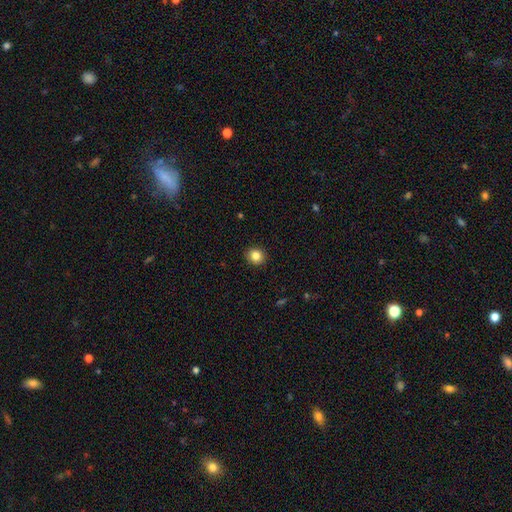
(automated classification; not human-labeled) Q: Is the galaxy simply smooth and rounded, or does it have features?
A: smooth — 84%.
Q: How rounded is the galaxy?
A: round — 82%.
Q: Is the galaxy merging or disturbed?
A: none — 92%.